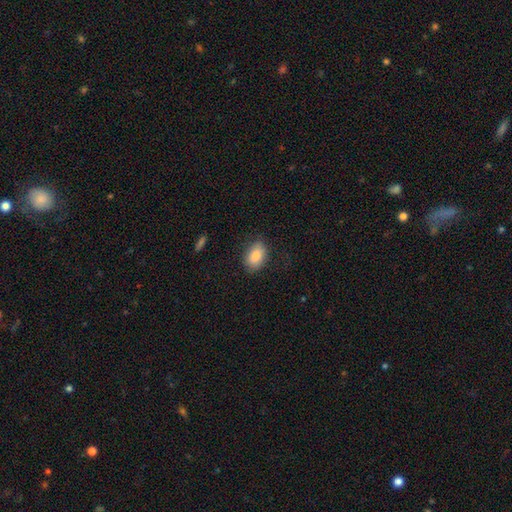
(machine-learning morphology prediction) type=smooth (84%); roundness=in between (84%); merging=none (82%).